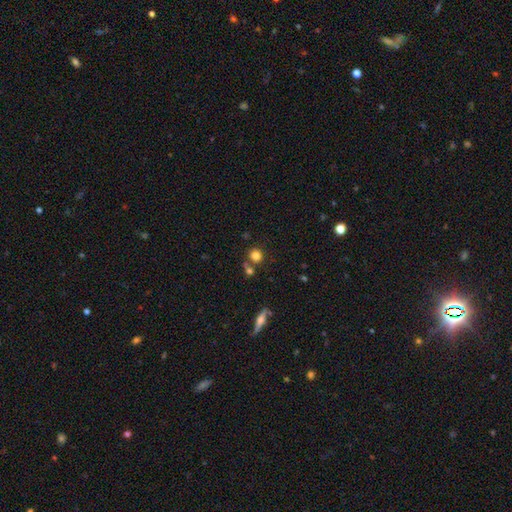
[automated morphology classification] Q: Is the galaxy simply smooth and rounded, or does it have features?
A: smooth — 80%.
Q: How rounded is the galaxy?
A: round — 85%.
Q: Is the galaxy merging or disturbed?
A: none — 68%.